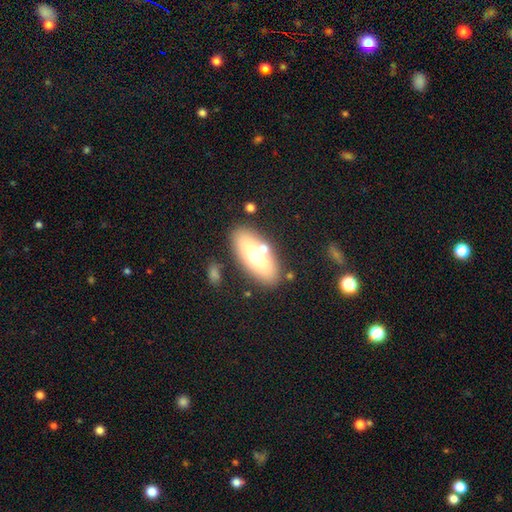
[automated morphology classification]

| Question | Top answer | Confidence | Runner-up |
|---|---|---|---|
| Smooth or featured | smooth | 66% | featured or disk (25%) |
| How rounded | in between | 83% | cigar-shaped (12%) |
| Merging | none | 78% | minor disturbance (10%) |